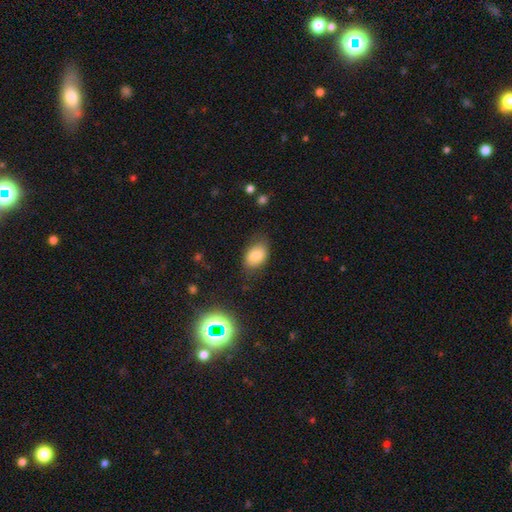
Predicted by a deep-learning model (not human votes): Q: Smooth or featured?
A: smooth (80%); runner-up: featured or disk (11%)
Q: How rounded?
A: in between (82%); runner-up: round (16%)
Q: Merging?
A: none (71%); runner-up: minor disturbance (21%)